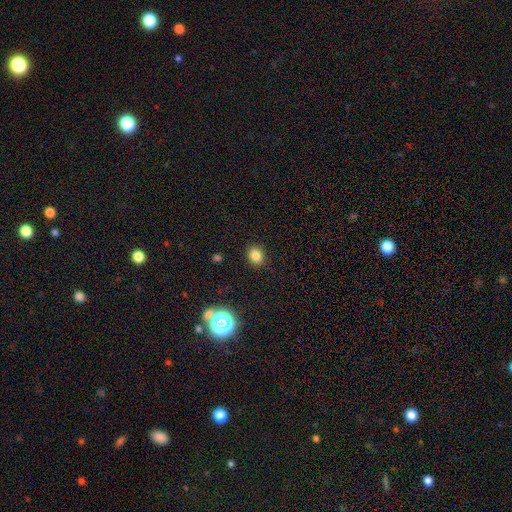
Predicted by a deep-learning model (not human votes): This appears to be a smooth galaxy with no disk features (82%) that is round (57%). Merging: none (89%).